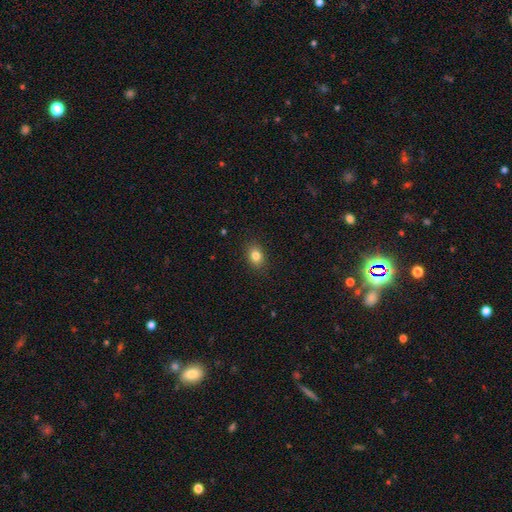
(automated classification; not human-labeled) smooth_or_featured: smooth (p=0.83) [alt: star or artifact p=0.10]
how_rounded: in between (p=0.71) [alt: round p=0.28]
merging: none (p=0.89) [alt: minor disturbance p=0.08]